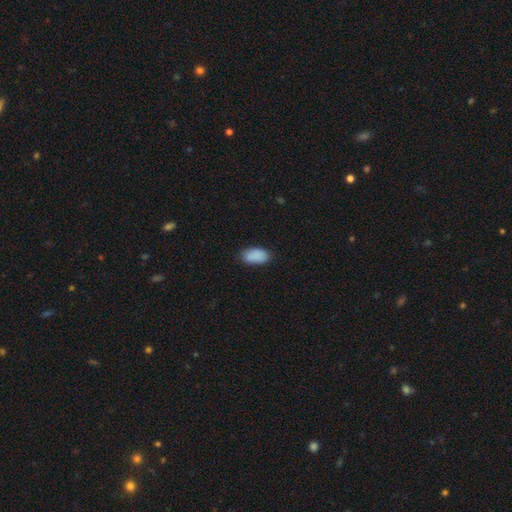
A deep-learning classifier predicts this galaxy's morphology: Q: Smooth or featured?
A: smooth (89%); runner-up: star or artifact (7%)
Q: How rounded?
A: in between (94%); runner-up: round (3%)
Q: Merging?
A: none (83%); runner-up: minor disturbance (14%)